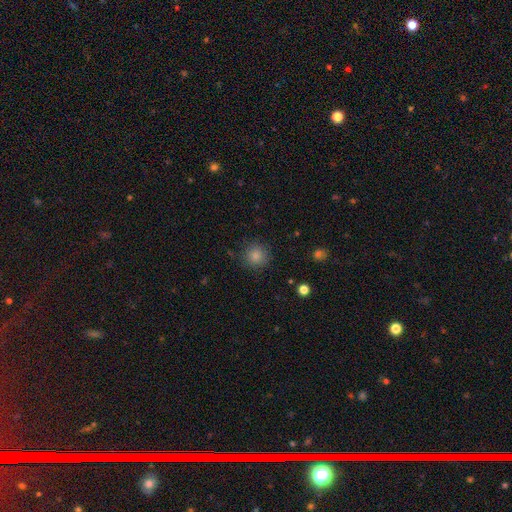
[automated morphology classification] Q: Smooth or featured?
A: smooth (84%); runner-up: star or artifact (11%)
Q: How rounded?
A: round (93%); runner-up: in between (6%)
Q: Merging?
A: none (87%); runner-up: minor disturbance (8%)